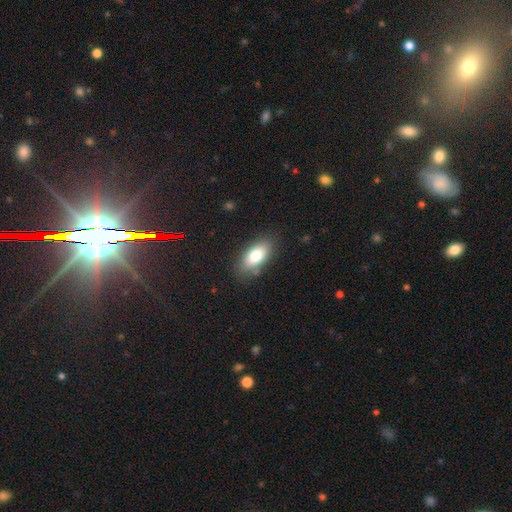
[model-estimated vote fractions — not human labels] This appears to be a smooth galaxy with no disk features (78%) that is in between round and cigar-shaped (88%). Merging: none (81%).